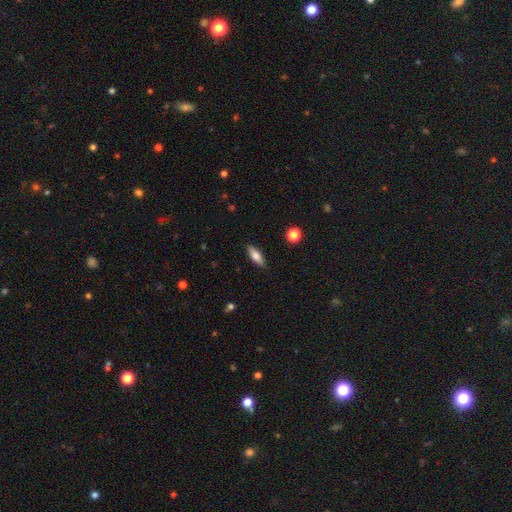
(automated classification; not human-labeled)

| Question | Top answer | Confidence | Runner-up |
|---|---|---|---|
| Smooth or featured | smooth | 75% | featured or disk (18%) |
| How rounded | in between | 68% | cigar-shaped (29%) |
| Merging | none | 88% | minor disturbance (9%) |